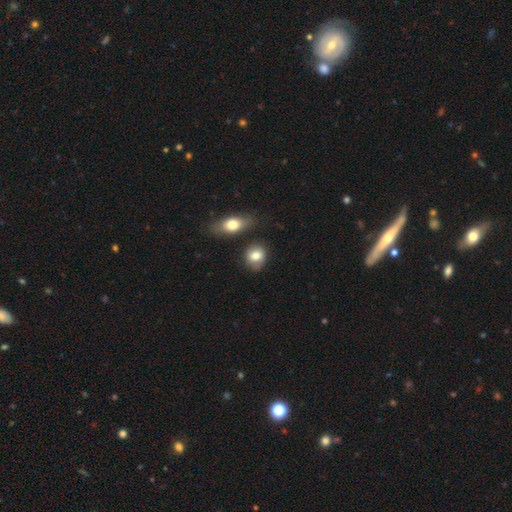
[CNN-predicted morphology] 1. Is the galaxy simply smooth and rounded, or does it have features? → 78% smooth, 14% featured or disk, 8% star or artifact.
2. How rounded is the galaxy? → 58% round, 41% in between, 2% cigar-shaped.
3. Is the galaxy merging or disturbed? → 69% none, 18% minor disturbance, 8% merger, 5% major disturbance.